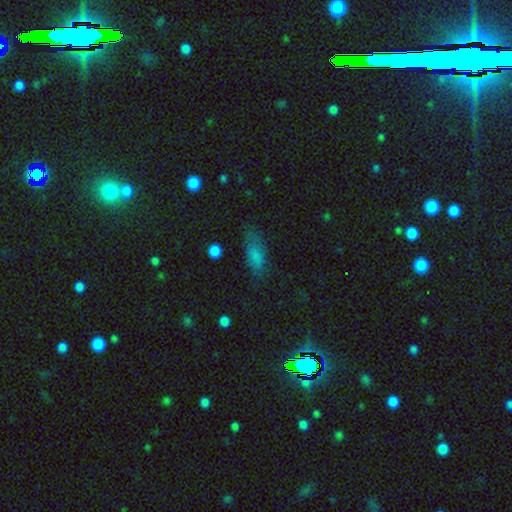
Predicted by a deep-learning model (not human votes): smooth-or-featured: smooth: 77% | star or artifact: 12% | featured or disk: 10%
  how-rounded: in between: 82% | cigar-shaped: 14% | round: 4%
  merging: none: 68% | minor disturbance: 23% | major disturbance: 7% | merger: 2%